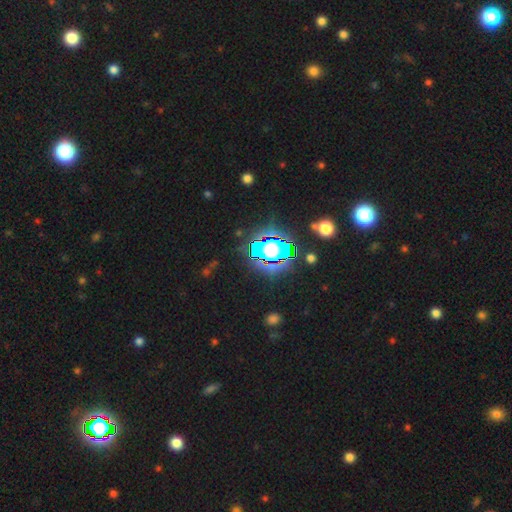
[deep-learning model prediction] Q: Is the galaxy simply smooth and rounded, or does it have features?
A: star or artifact — 79%.